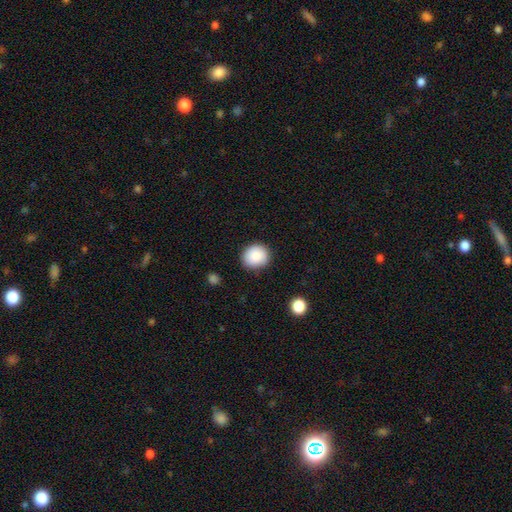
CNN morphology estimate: smooth_or_featured: smooth (p=0.87) [alt: star or artifact p=0.08]
how_rounded: round (p=0.78) [alt: in between p=0.21]
merging: none (p=0.86) [alt: minor disturbance p=0.10]